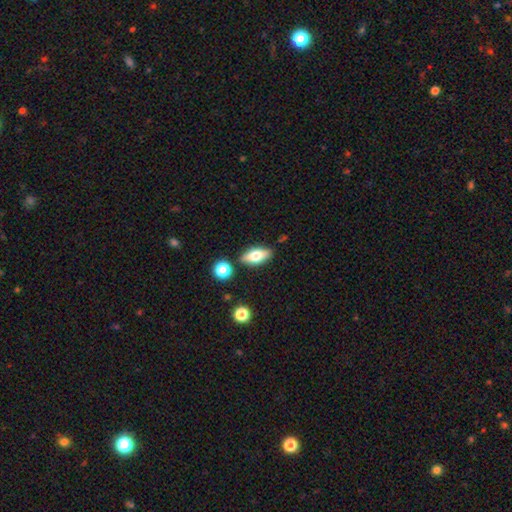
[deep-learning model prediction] This is likely a smooth galaxy (68%). How rounded: clearly in between (82%). Merging: clearly none (82%).